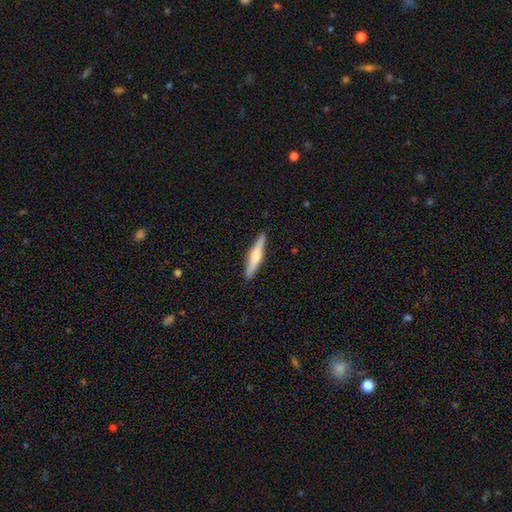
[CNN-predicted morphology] A featured or disk galaxy (55%) viewed edge-on (96%) with a rounded central bulge (89%). Merging: none (91%).